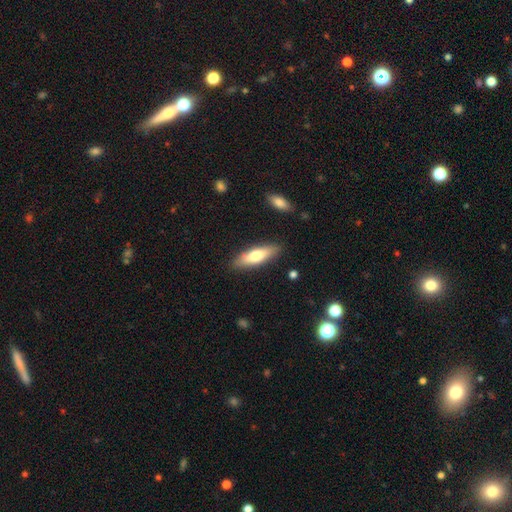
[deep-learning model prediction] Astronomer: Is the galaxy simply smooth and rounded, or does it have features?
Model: smooth — 67%.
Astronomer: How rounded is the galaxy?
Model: cigar-shaped — 58% (runner-up: in between, 40%).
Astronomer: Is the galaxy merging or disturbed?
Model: none — 86%.